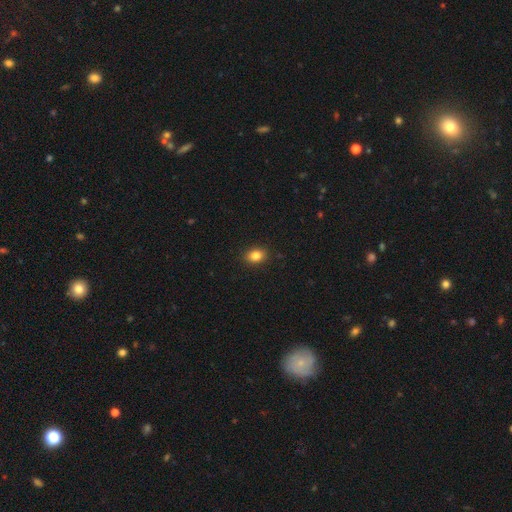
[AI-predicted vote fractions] A smooth galaxy with no disk features (84%) that is in between round and cigar-shaped (69%). Merging: none (89%).